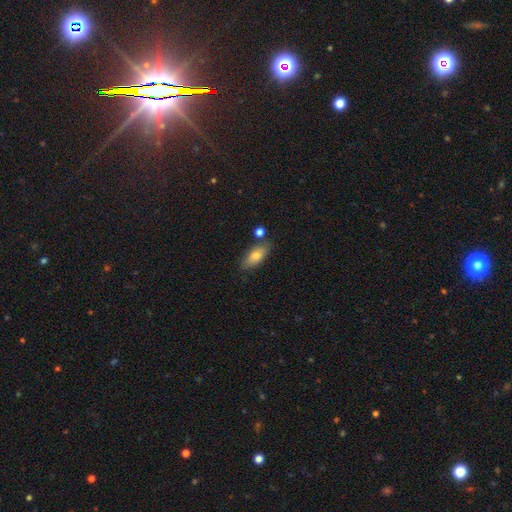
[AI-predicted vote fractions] smooth-or-featured: smooth: 76% | featured or disk: 16% | star or artifact: 8%
  how-rounded: in between: 79% | cigar-shaped: 17% | round: 4%
  merging: none: 75% | minor disturbance: 15% | merger: 7% | major disturbance: 3%